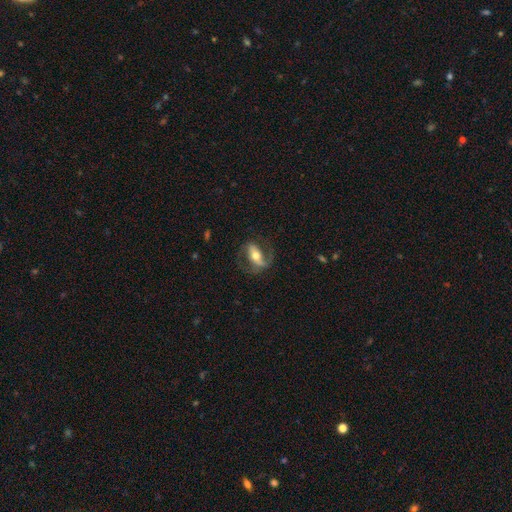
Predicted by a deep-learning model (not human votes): Smooth or featured: featured or disk — 71% (smooth — 23%)
Edge-on disk: no — 89% (yes — 11%)
Bar: strong — 53% (weak — 25%)
Spiral arms: yes — 83% (no — 17%)
Spiral winding: medium — 46% (loose — 34%)
Spiral arm count: 2 — 78% (1 — 13%)
Bulge size: moderate — 67% (small — 19%)
Merging: none — 67% (minor disturbance — 17%)